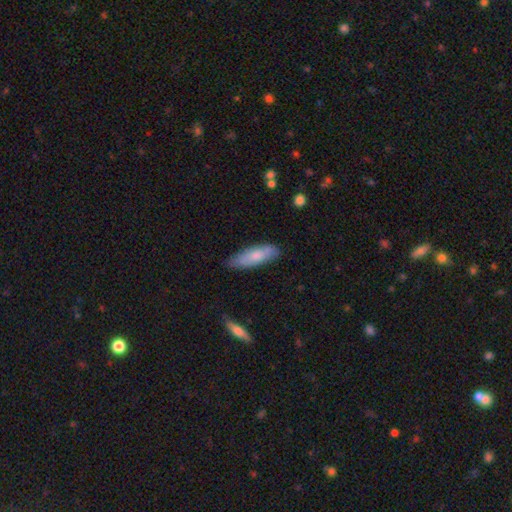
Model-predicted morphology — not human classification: This is likely a smooth galaxy (73%). How rounded: possibly in between (51%). Merging: likely none (76%).